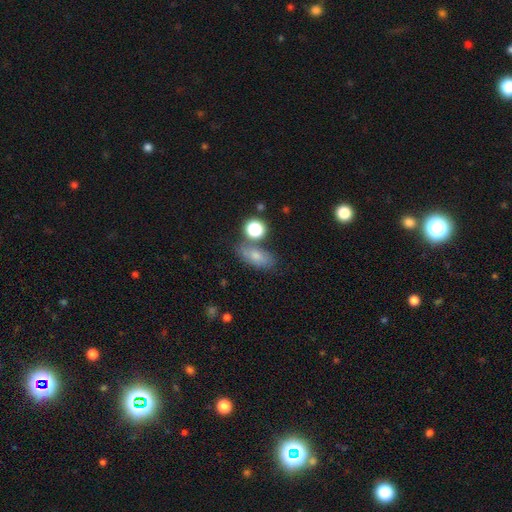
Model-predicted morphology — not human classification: smooth_or_featured: smooth (p=0.73) [alt: featured or disk p=0.15]
how_rounded: in between (p=0.76) [alt: round p=0.13]
merging: none (p=0.65) [alt: minor disturbance p=0.16]